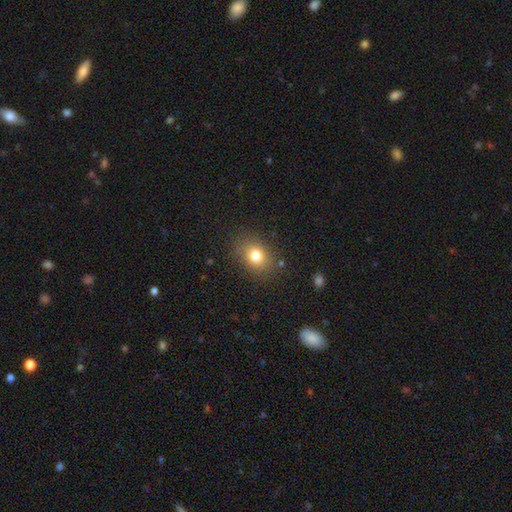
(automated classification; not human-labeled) Smooth or featured: smooth — 78% (star or artifact — 12%)
How rounded: in between — 55% (round — 44%)
Merging: none — 83% (minor disturbance — 11%)